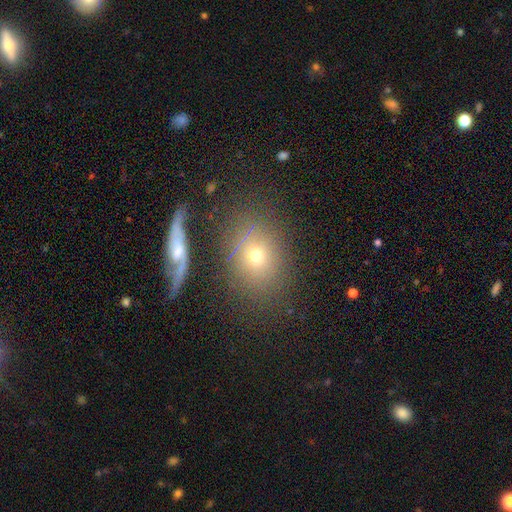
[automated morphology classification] smooth 62%, featured or disk 23%, star or artifact 15%. Down the decision tree: how rounded — round (54%); merging — none (74%).